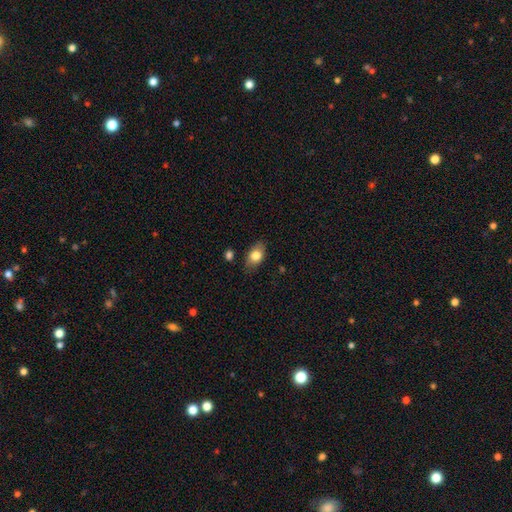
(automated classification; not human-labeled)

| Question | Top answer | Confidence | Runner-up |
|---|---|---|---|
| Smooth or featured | smooth | 78% | featured or disk (14%) |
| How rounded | in between | 85% | round (12%) |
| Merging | none | 80% | minor disturbance (15%) |